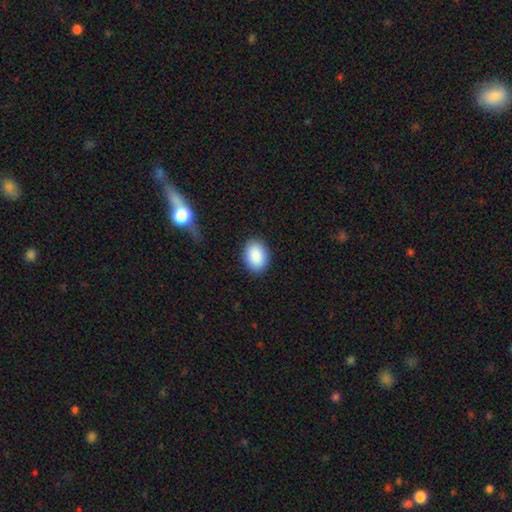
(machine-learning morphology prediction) This is clearly a smooth galaxy (90%). How rounded: likely in between (74%). Merging: clearly none (87%).